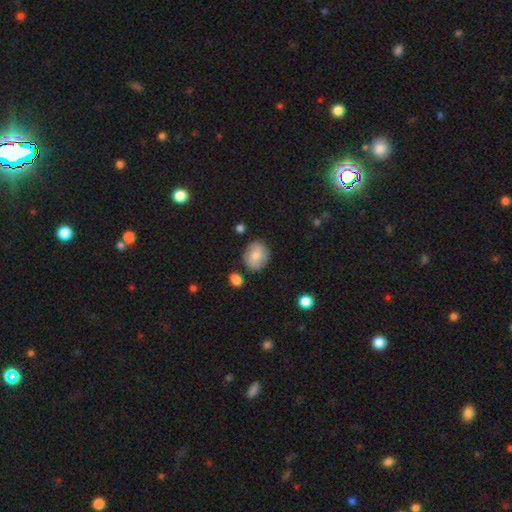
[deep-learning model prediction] This appears to be a smooth galaxy with no disk features (76%) that is round (64%). Merging: none (77%).